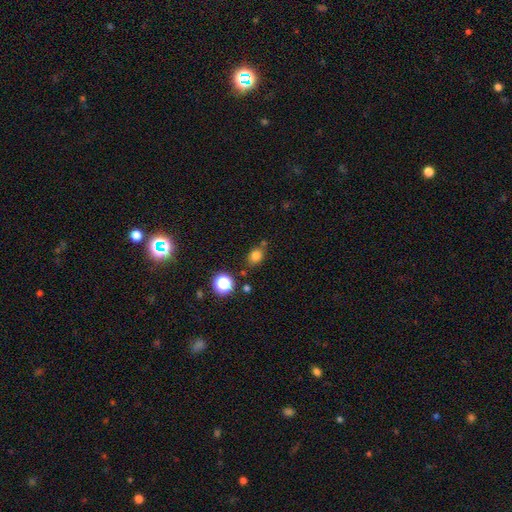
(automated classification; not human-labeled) Smooth or featured?
  - smooth: 78% *
  - star or artifact: 15%
  - featured or disk: 7%
How rounded?
  - in between: 54% *
  - round: 45%
  - cigar-shaped: 2%
Merging?
  - none: 71% *
  - minor disturbance: 16%
  - merger: 9%
  - major disturbance: 4%